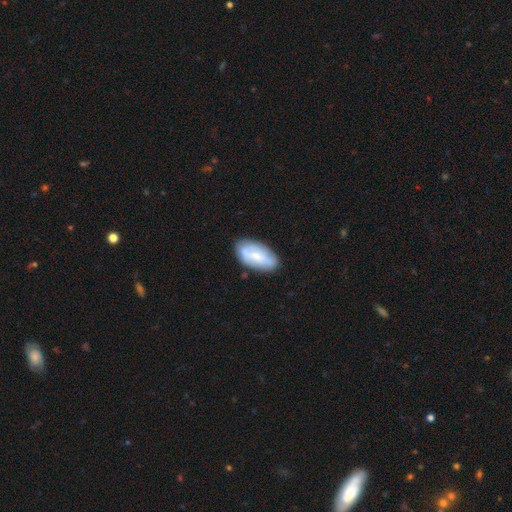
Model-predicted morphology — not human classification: Smooth or featured: smooth — 54% (featured or disk — 39%)
How rounded: in between — 93% (cigar-shaped — 5%)
Merging: none — 73% (minor disturbance — 19%)